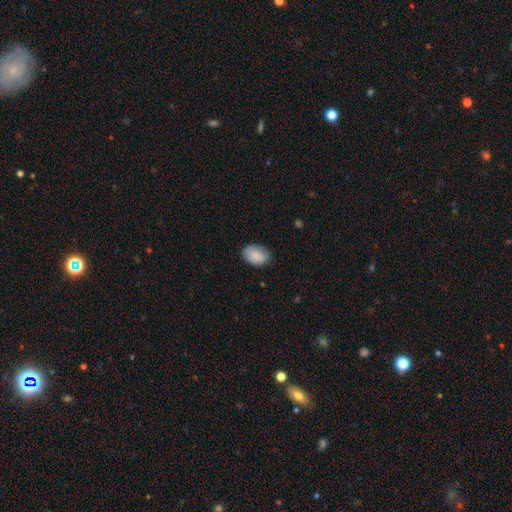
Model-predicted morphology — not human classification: A smooth galaxy with no disk features (88%) that is in between round and cigar-shaped (81%).

Vote fractions:
- Smooth or featured? smooth: 88% / star or artifact: 6% / featured or disk: 6%
- How rounded? in between: 81% / round: 18% / cigar-shaped: 1%
- Merging? none: 78% / minor disturbance: 18% / major disturbance: 3% / merger: 1%